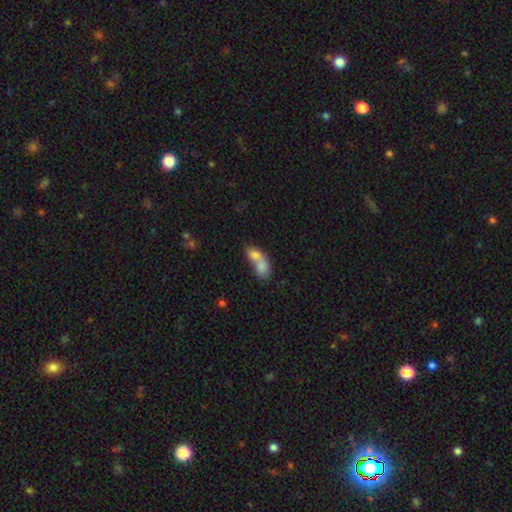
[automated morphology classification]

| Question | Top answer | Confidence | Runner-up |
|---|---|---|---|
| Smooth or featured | smooth | 74% | featured or disk (19%) |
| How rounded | in between | 77% | round (18%) |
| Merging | merger | 77% | none (14%) |